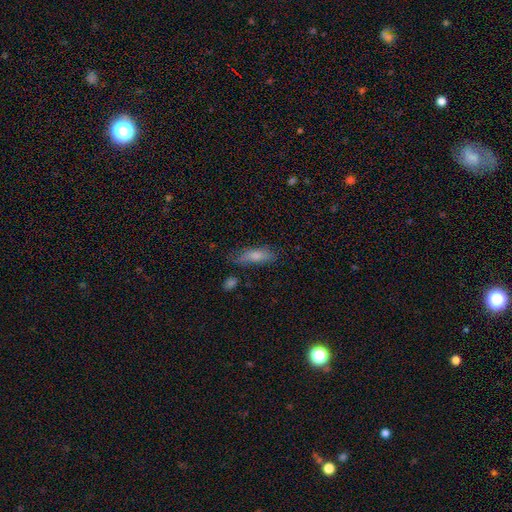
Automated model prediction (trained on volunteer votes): smooth-or-featured: smooth: 71% | featured or disk: 20% | star or artifact: 9%
  how-rounded: in between: 56% | cigar-shaped: 41% | round: 3%
  merging: none: 60% | minor disturbance: 27% | major disturbance: 9% | merger: 4%